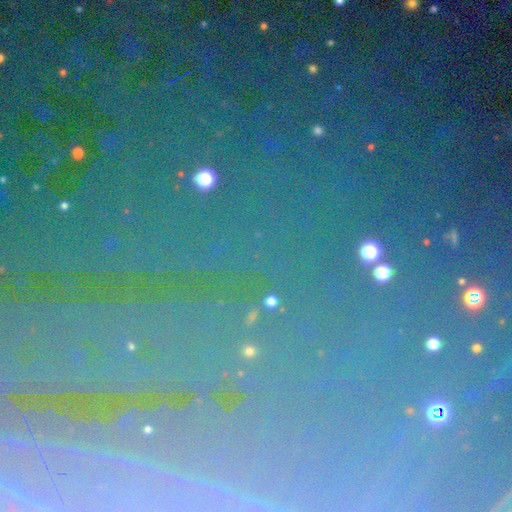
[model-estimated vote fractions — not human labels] This appears to be a star or artifact, not a galaxy (75%).